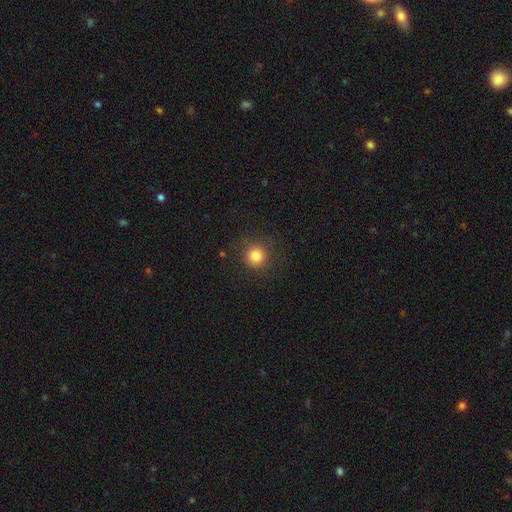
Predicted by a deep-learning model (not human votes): Smooth or featured?
  - smooth: 83% *
  - star or artifact: 12%
  - featured or disk: 5%
How rounded?
  - round: 94% *
  - in between: 5%
  - cigar-shaped: 1%
Merging?
  - none: 88% *
  - minor disturbance: 7%
  - major disturbance: 3%
  - merger: 1%